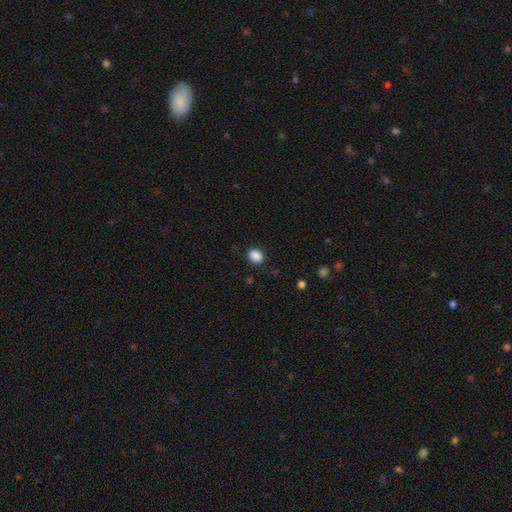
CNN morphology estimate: A smooth galaxy with no disk features (88%) that is round (53%). Merging: none (87%).